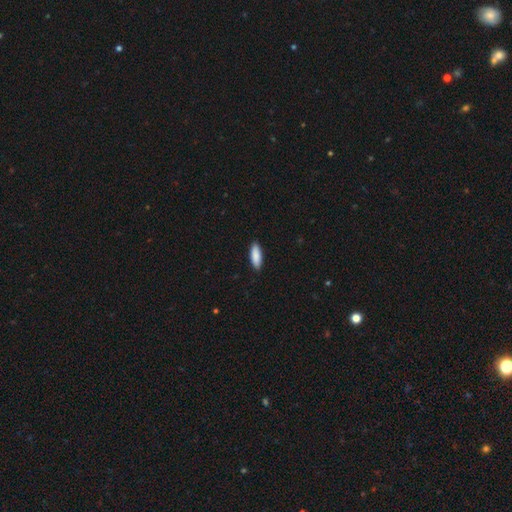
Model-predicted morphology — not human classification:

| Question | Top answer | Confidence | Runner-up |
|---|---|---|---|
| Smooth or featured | smooth | 89% | featured or disk (6%) |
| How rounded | in between | 66% | cigar-shaped (32%) |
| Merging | none | 90% | minor disturbance (7%) |